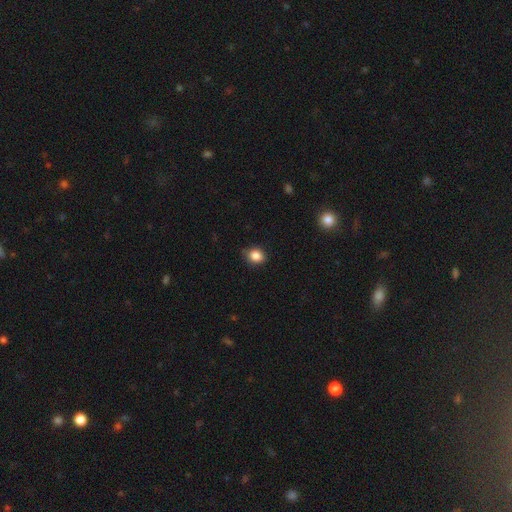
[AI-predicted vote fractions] A smooth galaxy with no disk features (85%) that is round (60%). Merging: none (79%).